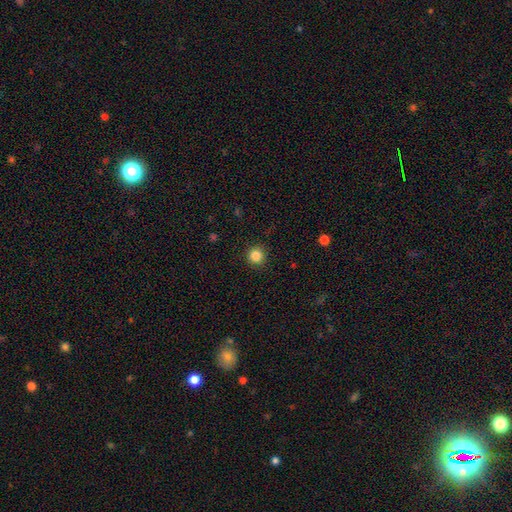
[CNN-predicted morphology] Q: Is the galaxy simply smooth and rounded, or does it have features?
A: smooth — 85%.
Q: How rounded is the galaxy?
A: round — 95%.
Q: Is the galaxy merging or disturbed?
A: none — 91%.